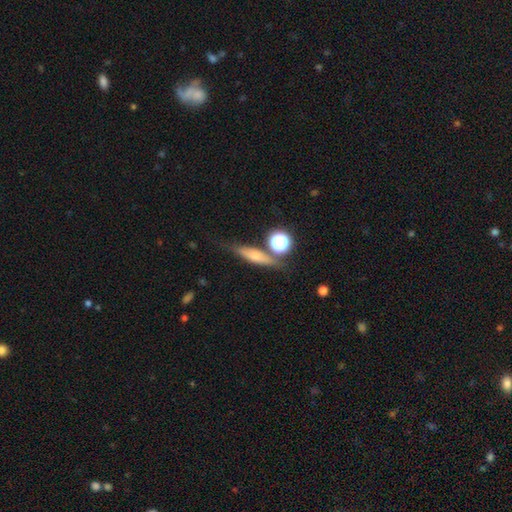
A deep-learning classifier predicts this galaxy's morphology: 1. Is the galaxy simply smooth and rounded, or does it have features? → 50% smooth, 39% featured or disk, 12% star or artifact.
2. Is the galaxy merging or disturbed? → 69% none, 15% minor disturbance, 11% merger, 5% major disturbance.